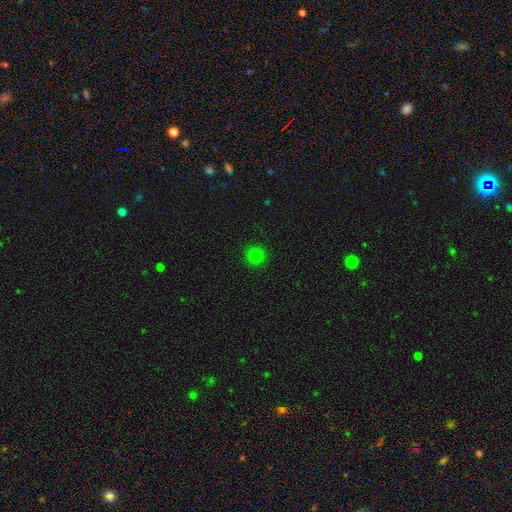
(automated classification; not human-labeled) Smooth or featured?
  - smooth: 78% *
  - star or artifact: 17%
  - featured or disk: 5%
How rounded?
  - round: 95% *
  - in between: 4%
  - cigar-shaped: 1%
Merging?
  - none: 92% *
  - minor disturbance: 5%
  - major disturbance: 2%
  - merger: 1%